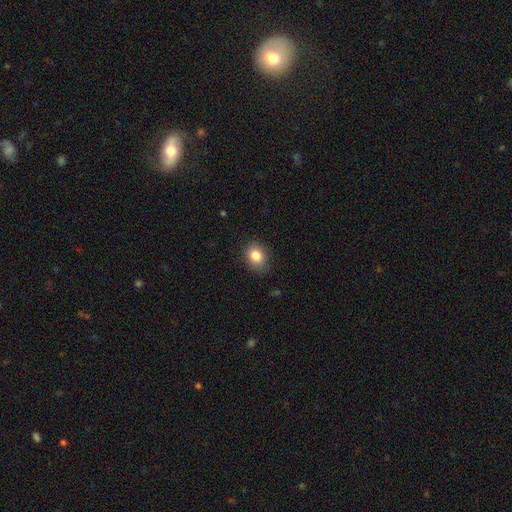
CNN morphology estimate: Q: Smooth or featured?
A: smooth (84%); runner-up: star or artifact (9%)
Q: How rounded?
A: in between (55%); runner-up: round (44%)
Q: Merging?
A: none (83%); runner-up: minor disturbance (13%)